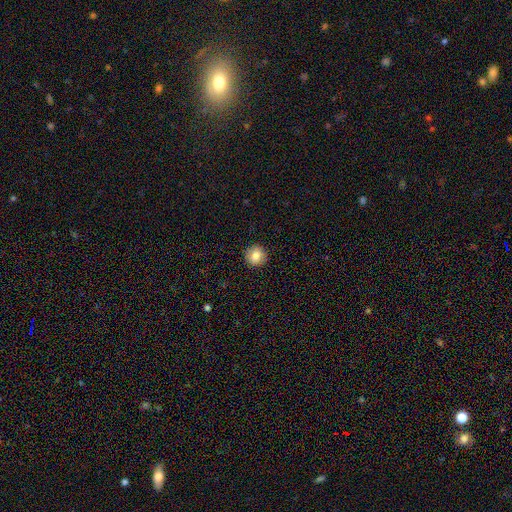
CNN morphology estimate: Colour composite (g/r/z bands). It shows a smooth galaxy with no disk features (82%) that is round (95%). Merging: none (92%).